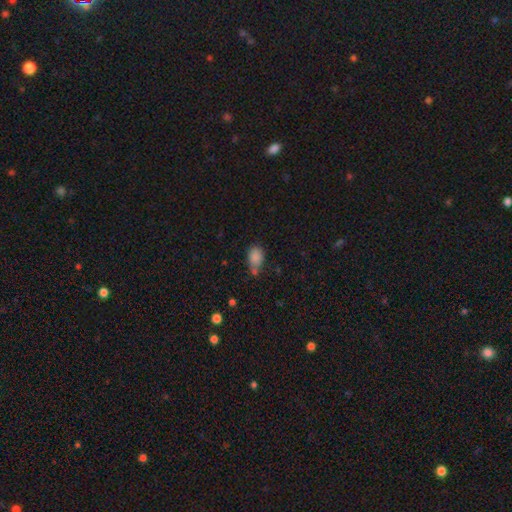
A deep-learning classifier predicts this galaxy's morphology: Overall: smooth (83%). How rounded: in between (74%). Merging: none (55%; minor disturbance 23%).